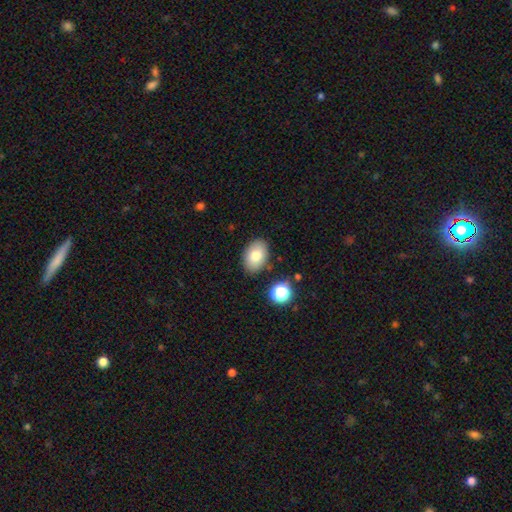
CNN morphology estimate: type=smooth (78%); roundness=in between (84%); merging=none (85%).